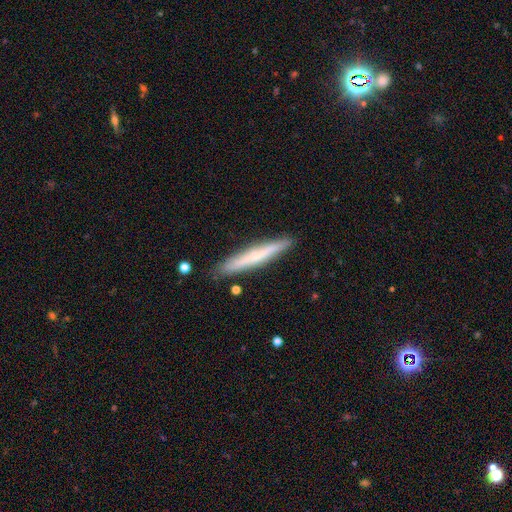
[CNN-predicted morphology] Smooth or featured? Predicted: smooth (p=0.49). Merging? Predicted: none (p=0.88).